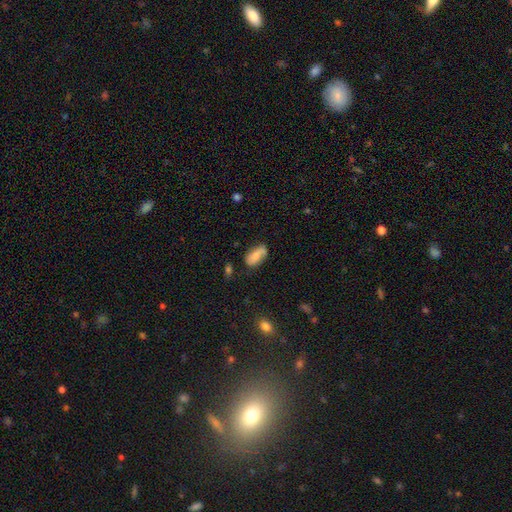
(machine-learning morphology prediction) Smooth or featured? smooth (67%)
How rounded? in between (90%)
Merging? none (60%)